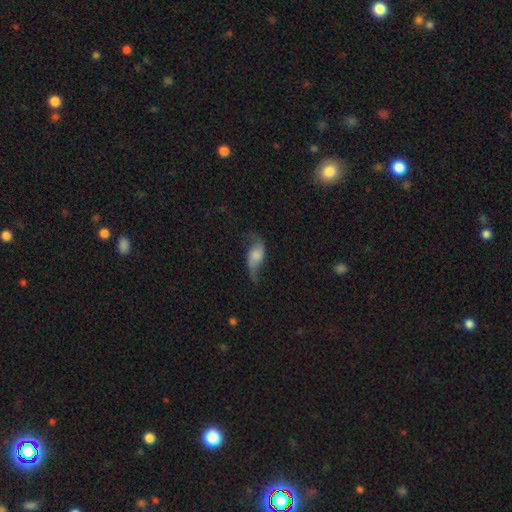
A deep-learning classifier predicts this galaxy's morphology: smooth_or_featured: featured or disk (p=0.58) [alt: smooth p=0.34]
disk_edge_on: no (p=0.91) [alt: yes p=0.09]
bar: no (p=0.64) [alt: weak p=0.29]
has_spiral_arms: yes (p=0.87) [alt: no p=0.13]
bulge_size: small (p=0.30) [alt: moderate p=0.29]
merging: none (p=0.48) [alt: minor disturbance p=0.27]